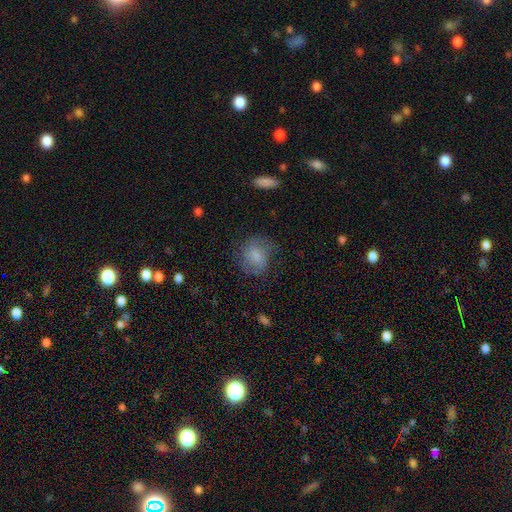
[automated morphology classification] Q: Smooth or featured?
A: smooth (66%); runner-up: featured or disk (25%)
Q: How rounded?
A: round (66%); runner-up: in between (32%)
Q: Merging?
A: none (60%); runner-up: minor disturbance (24%)